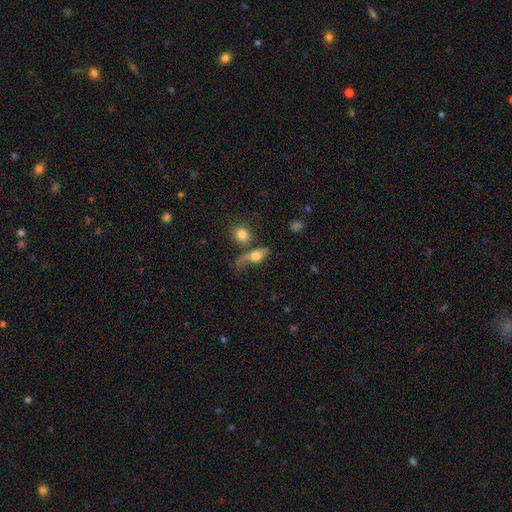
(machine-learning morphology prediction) Q: Smooth or featured?
A: smooth (64%); runner-up: featured or disk (27%)
Q: How rounded?
A: in between (70%); runner-up: round (16%)
Q: Merging?
A: none (30%); runner-up: major disturbance (29%)